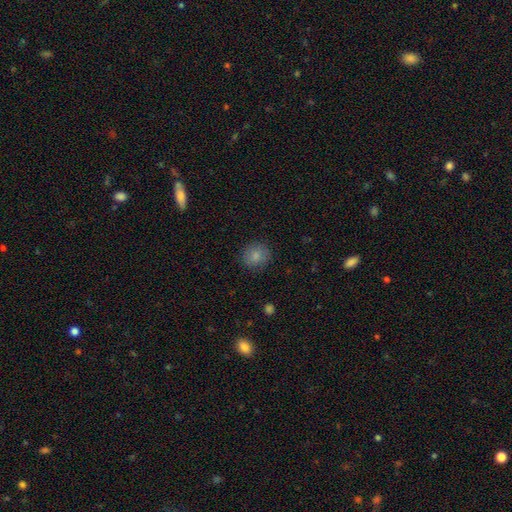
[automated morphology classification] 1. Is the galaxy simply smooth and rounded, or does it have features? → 84% smooth, 9% star or artifact, 6% featured or disk.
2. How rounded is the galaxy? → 86% round, 13% in between, 1% cigar-shaped.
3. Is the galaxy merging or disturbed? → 86% none, 10% minor disturbance, 3% major disturbance, 1% merger.